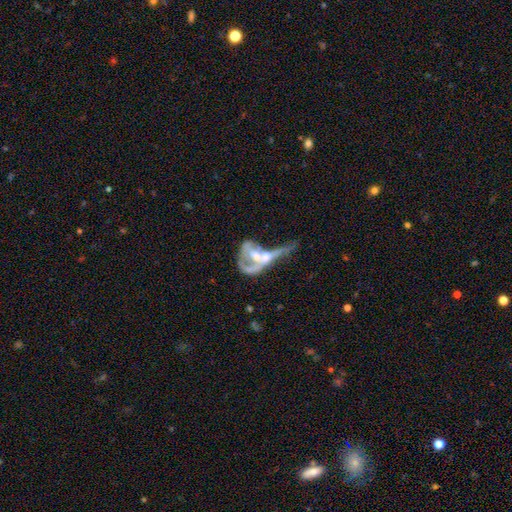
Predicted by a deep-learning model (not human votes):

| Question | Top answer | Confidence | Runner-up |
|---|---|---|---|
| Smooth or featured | featured or disk | 64% | smooth (27%) |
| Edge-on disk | no | 92% | yes (8%) |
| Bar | no | 73% | weak (19%) |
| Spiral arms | no | 66% | yes (34%) |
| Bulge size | moderate | 50% | small (18%) |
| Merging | merger | 59% | major disturbance (25%) |